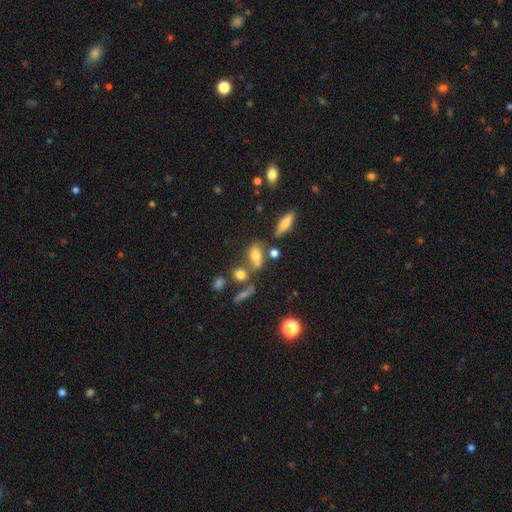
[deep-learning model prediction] Overall: smooth (64%). How rounded: in between (75%). Merging: none (50%; merger 23%).